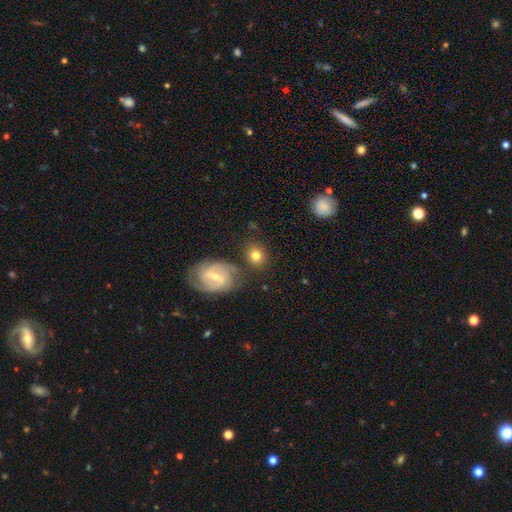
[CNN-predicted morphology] A smooth galaxy with no disk features (73%) that is round (67%). Merging: none (76%).